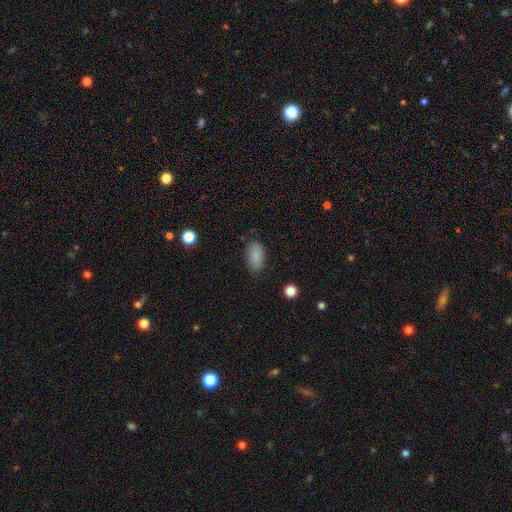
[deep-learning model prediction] The model was most divided on "merging": none: 83%, minor disturbance: 12%, major disturbance: 3%, merger: 1%. More confident: how rounded — in between (93%); smooth or featured — smooth (86%).